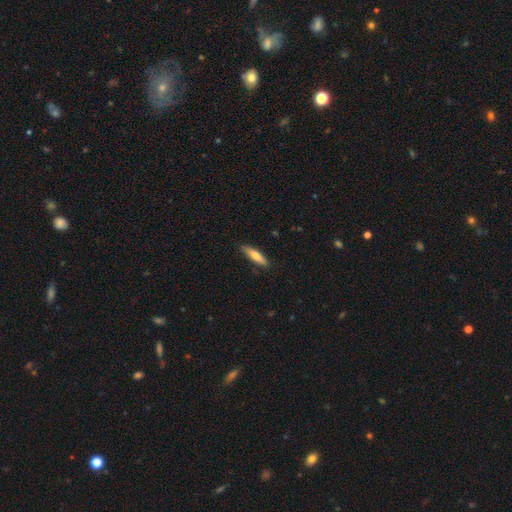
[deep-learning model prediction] A smooth galaxy with no disk features (63%) that is cigar-shaped (72%). Merging: none (85%).